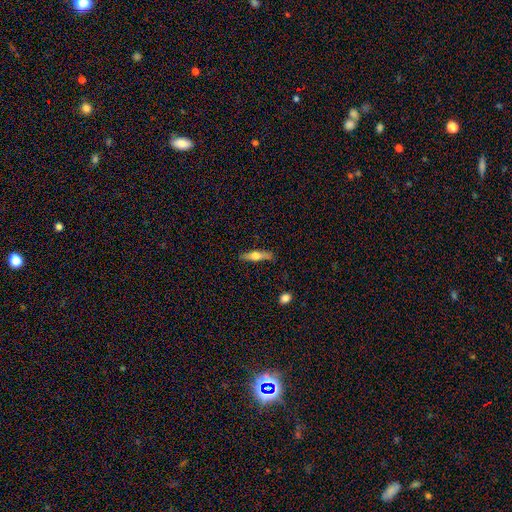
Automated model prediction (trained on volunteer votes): smooth_or_featured: smooth (p=0.47) [tied with: featured or disk p=0.47]
merging: none (p=0.83) [alt: minor disturbance p=0.13]